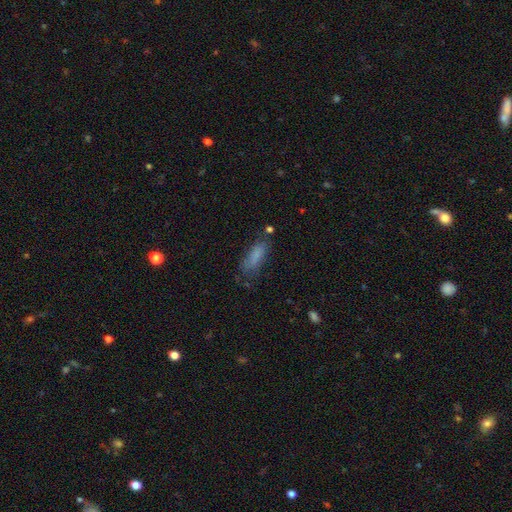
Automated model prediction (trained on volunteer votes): This appears to be a smooth galaxy with no disk features (77%) that is in between round and cigar-shaped (50%). Merging: none (61%).